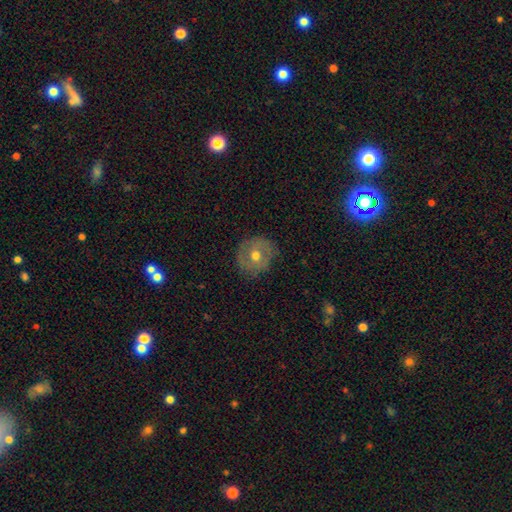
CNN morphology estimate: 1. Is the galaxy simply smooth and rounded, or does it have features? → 49% smooth, 42% featured or disk, 9% star or artifact.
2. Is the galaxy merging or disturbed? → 81% none, 14% minor disturbance, 4% major disturbance, 1% merger.